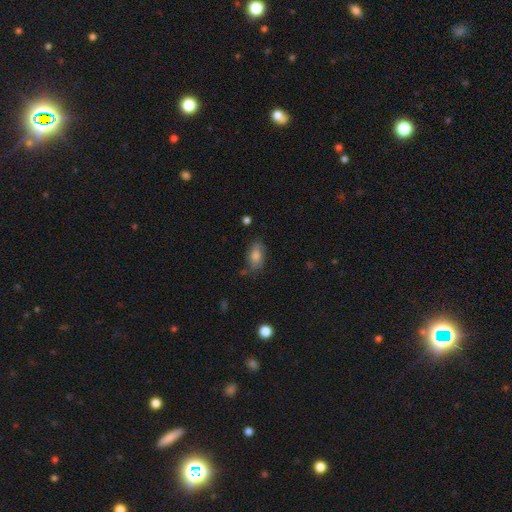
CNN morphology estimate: smooth 72%, featured or disk 19%, star or artifact 9%. Down the decision tree: how rounded — in between (88%); merging — none (66%).